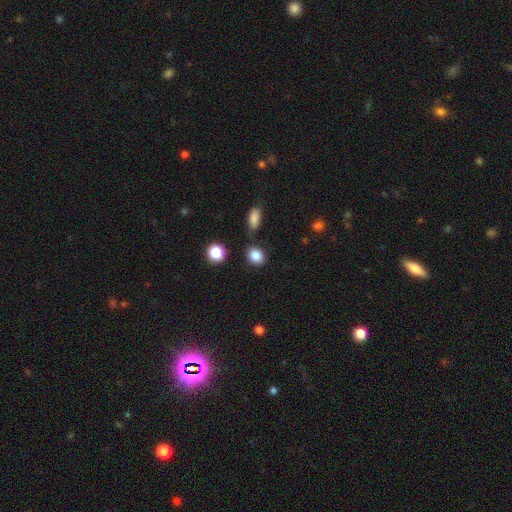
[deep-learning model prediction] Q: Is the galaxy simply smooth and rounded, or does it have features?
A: smooth — 86%.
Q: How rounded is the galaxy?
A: round — 56%.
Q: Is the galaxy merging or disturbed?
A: none — 76%.